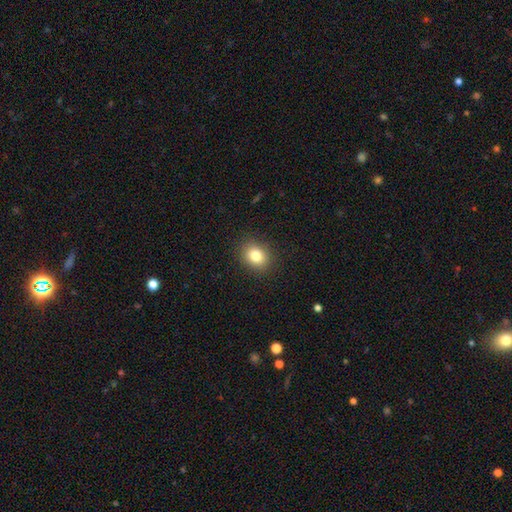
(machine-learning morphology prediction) A smooth galaxy with no disk features (81%) that is round (57%).

Vote fractions:
- Smooth or featured? smooth: 81% / star or artifact: 11% / featured or disk: 8%
- How rounded? round: 57% / in between: 42% / cigar-shaped: 1%
- Merging? none: 89% / minor disturbance: 8% / major disturbance: 2% / merger: 1%